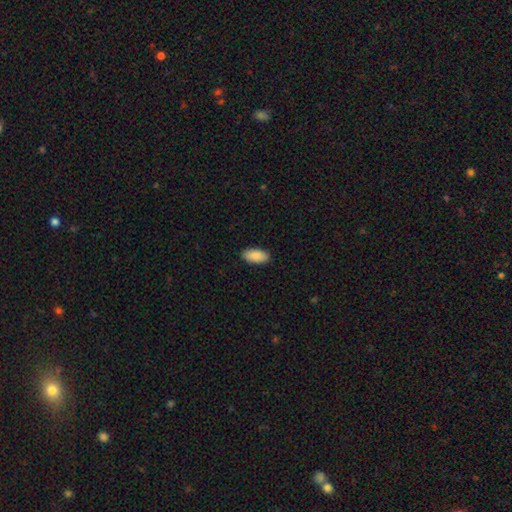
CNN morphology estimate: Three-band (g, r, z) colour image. It shows a smooth galaxy with no disk features (90%) that is in between round and cigar-shaped (93%). Merging: none (90%).